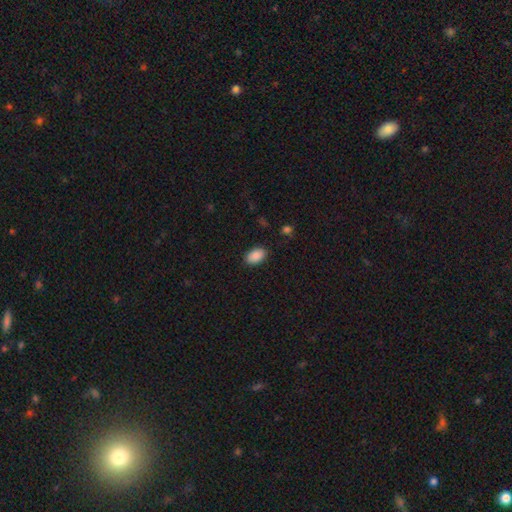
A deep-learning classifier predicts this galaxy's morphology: Smooth or featured? smooth (90%)
How rounded? in between (92%)
Merging? none (88%)